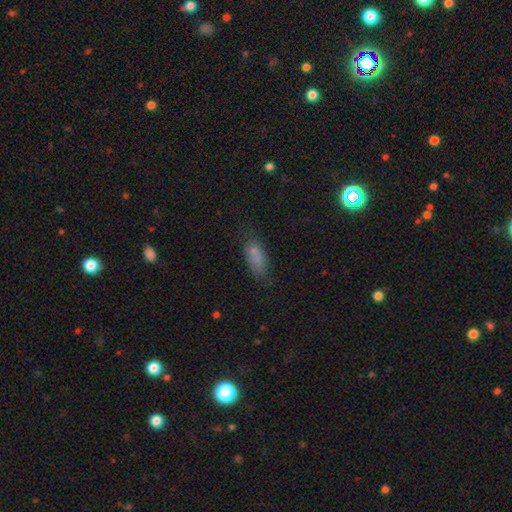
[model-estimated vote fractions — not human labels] Smooth or featured? smooth (73%)
How rounded? in between (80%)
Merging? none (53%)